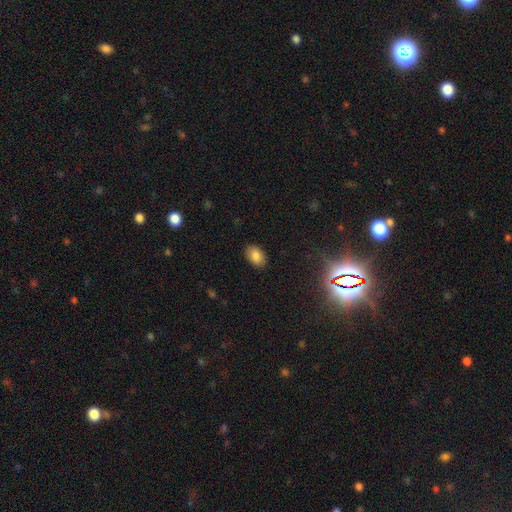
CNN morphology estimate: This appears to be a smooth galaxy with no disk features (84%) that is in between round and cigar-shaped (88%). Merging: none (88%).